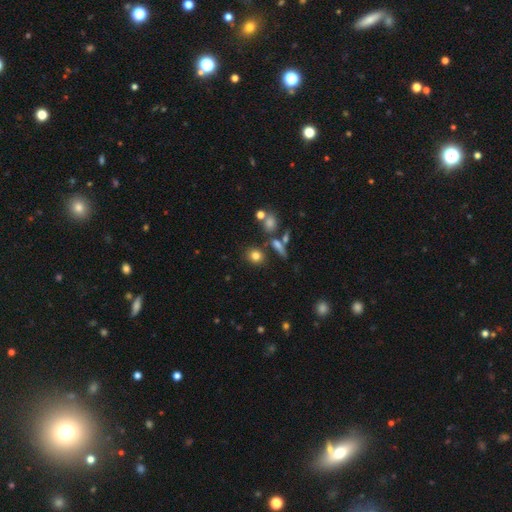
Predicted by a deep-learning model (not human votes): Smooth or featured: smooth — 78% (star or artifact — 13%)
How rounded: round — 73% (in between — 25%)
Merging: none — 75% (merger — 10%)